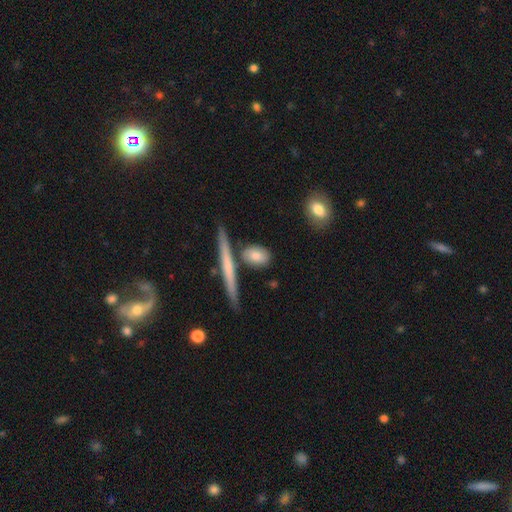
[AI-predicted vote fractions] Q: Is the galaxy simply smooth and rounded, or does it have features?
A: smooth — 77%.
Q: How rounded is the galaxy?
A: in between — 61%.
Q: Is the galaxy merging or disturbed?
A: none — 72%.